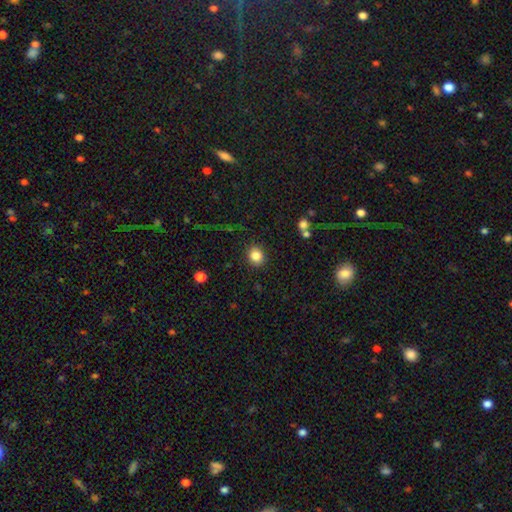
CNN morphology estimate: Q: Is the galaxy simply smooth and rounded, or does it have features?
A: smooth — 84%.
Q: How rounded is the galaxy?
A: round — 75%.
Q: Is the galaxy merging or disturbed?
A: none — 88%.